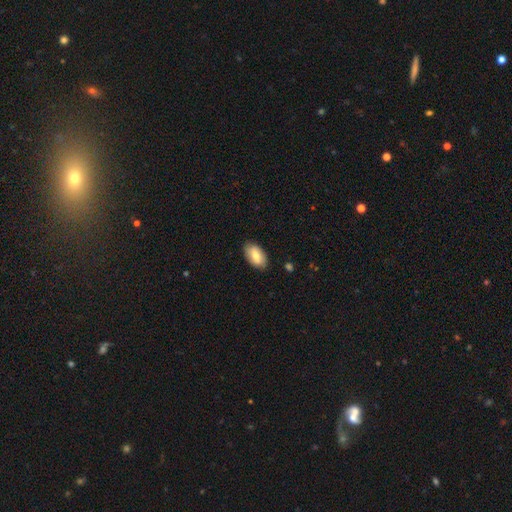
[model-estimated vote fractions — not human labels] A smooth galaxy with no disk features (72%) that is in between round and cigar-shaped (93%). Merging: none (84%).